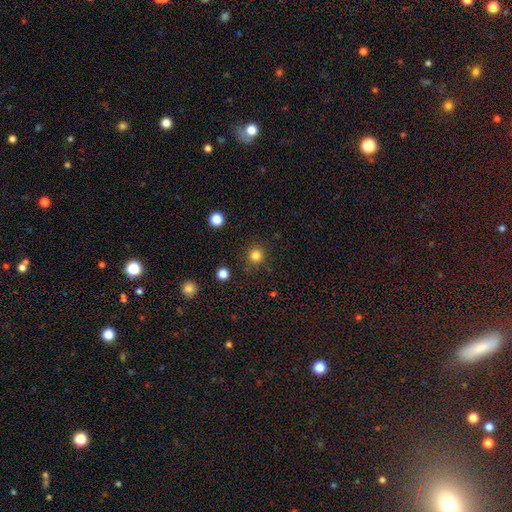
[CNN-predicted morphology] A smooth galaxy with no disk features (82%) that is round (94%). Merging: none (88%).